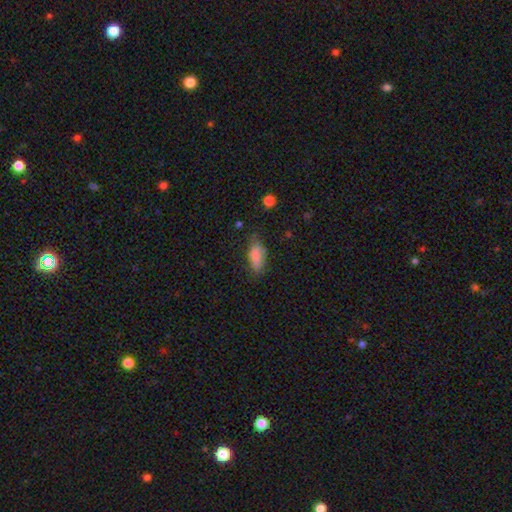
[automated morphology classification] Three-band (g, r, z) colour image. It shows a smooth galaxy with no disk features (81%) that is in between round and cigar-shaped (79%). Merging: none (58%).